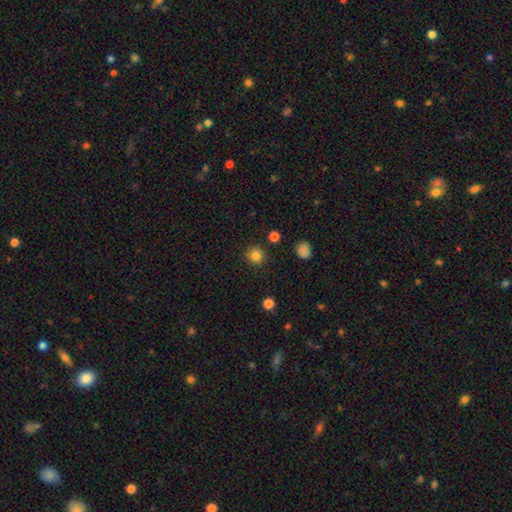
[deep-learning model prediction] Morphology: type=smooth (83%); roundness=round (93%); merging=none (89%).